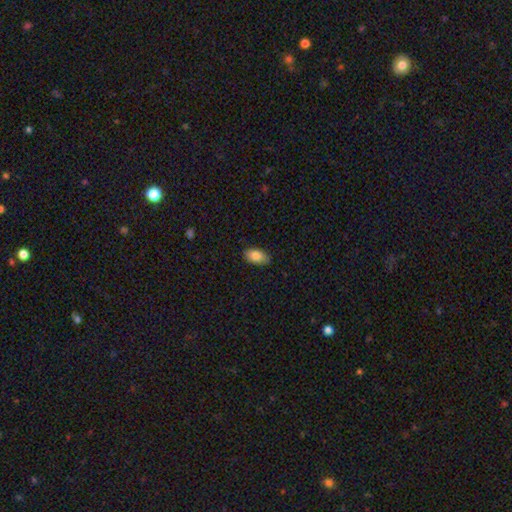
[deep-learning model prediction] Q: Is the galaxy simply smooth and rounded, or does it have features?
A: smooth — 85%.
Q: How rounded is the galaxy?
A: in between — 93%.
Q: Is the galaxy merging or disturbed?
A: none — 81%.